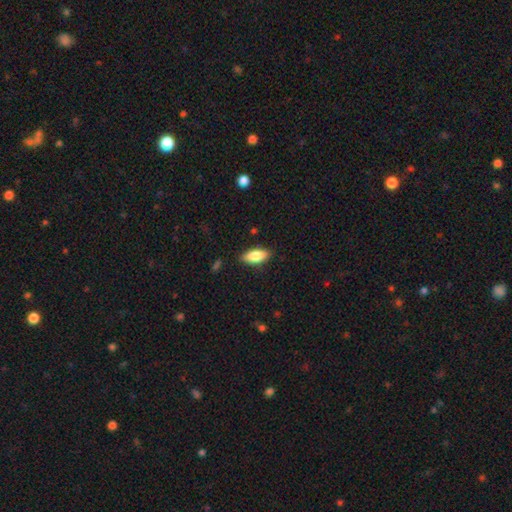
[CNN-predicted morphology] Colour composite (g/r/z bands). It shows a smooth galaxy with no disk features (80%) that is in between round and cigar-shaped (85%). Merging: none (85%).